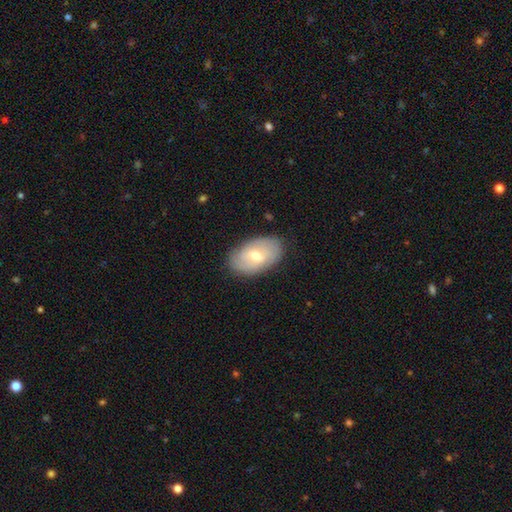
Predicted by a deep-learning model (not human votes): Smooth or featured? Predicted: smooth (p=0.50). Merging? Predicted: none (p=0.81).